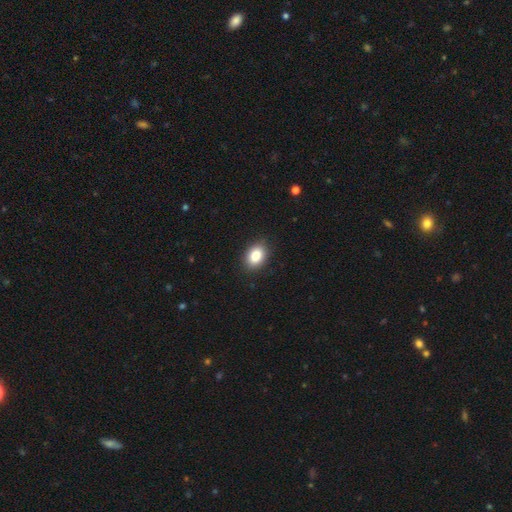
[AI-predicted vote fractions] Morphology: type=smooth (85%); roundness=in between (76%); merging=none (89%).